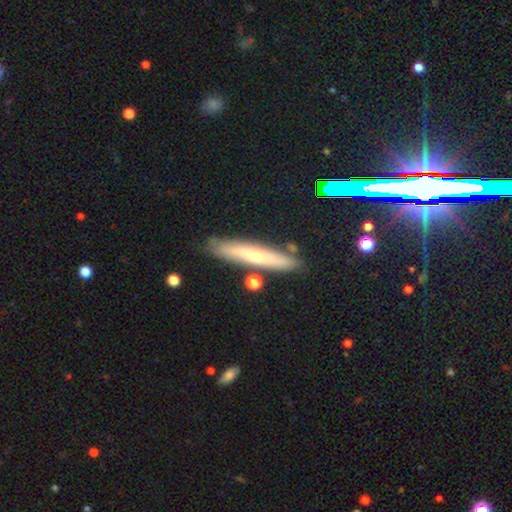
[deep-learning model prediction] smooth-or-featured: featured or disk: 46% | smooth: 45% | star or artifact: 8%
  merging: none: 82% | minor disturbance: 12% | merger: 4% | major disturbance: 2%